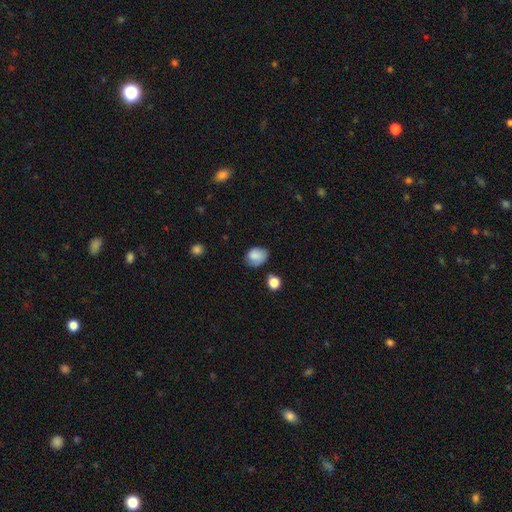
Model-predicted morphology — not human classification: This appears to be a smooth galaxy with no disk features (83%) that is in between round and cigar-shaped (54%). Merging: none (62%).